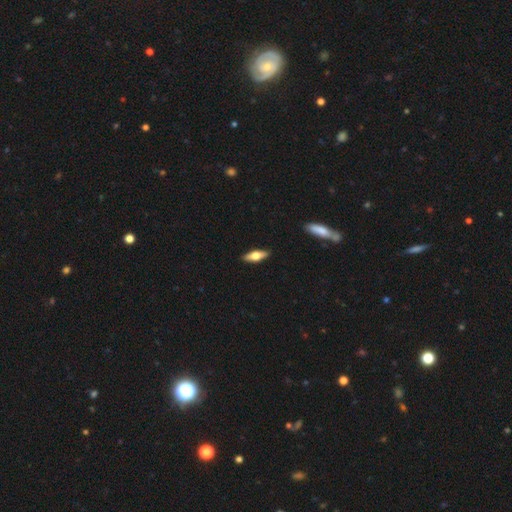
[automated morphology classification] This appears to be a smooth galaxy with no disk features (50%) that is in between round and cigar-shaped (54%). Merging: none (90%).